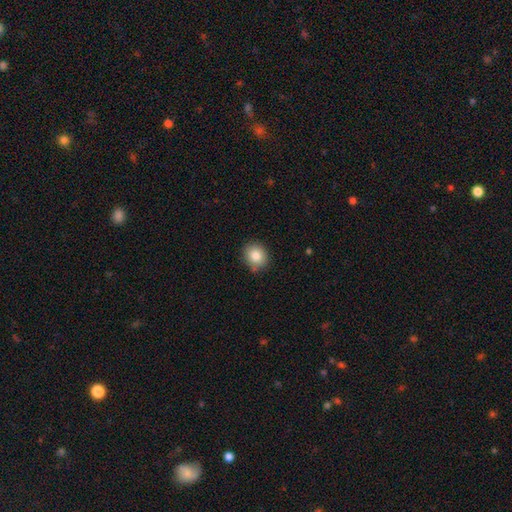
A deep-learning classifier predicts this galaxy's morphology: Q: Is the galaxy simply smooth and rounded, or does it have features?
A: smooth — 84%.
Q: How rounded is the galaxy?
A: round — 75%.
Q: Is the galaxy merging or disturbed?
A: none — 85%.